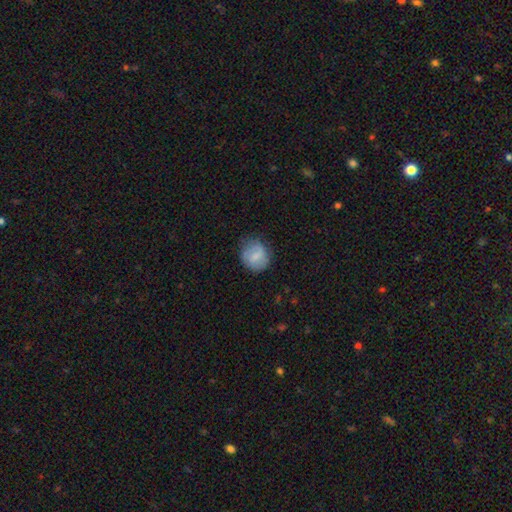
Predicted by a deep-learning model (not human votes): The model was most divided on "merging": none: 72%, minor disturbance: 21%, major disturbance: 6%, merger: 1%. More confident: how rounded — round (82%); smooth or featured — smooth (74%).